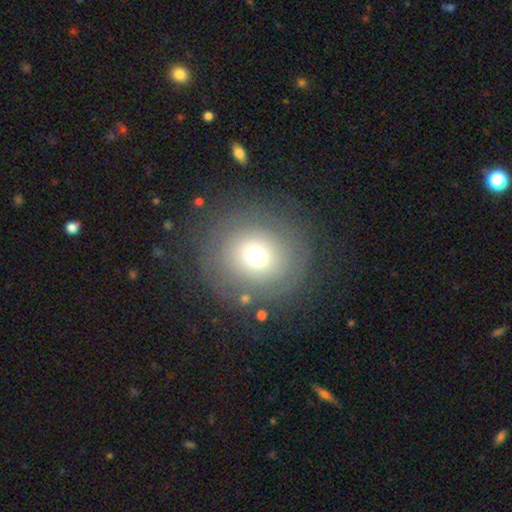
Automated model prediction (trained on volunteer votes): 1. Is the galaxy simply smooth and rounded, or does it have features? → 60% smooth, 27% featured or disk, 13% star or artifact.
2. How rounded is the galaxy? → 90% round, 9% in between, 1% cigar-shaped.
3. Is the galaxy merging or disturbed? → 80% none, 11% minor disturbance, 7% major disturbance, 2% merger.